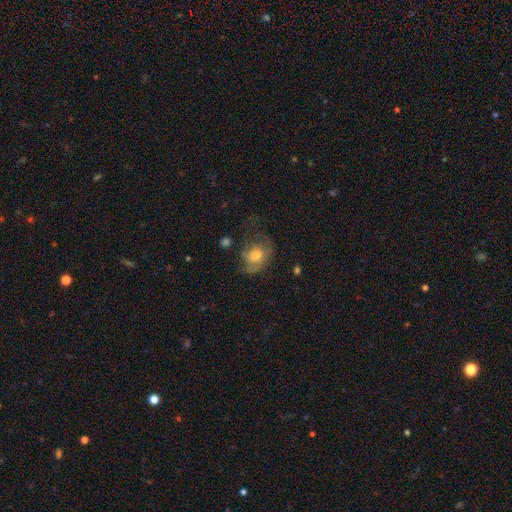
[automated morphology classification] smooth-or-featured: smooth: 51% | featured or disk: 38% | star or artifact: 11%
  how-rounded: in between: 51% | round: 48% | cigar-shaped: 1%
  merging: none: 37% | major disturbance: 35% | minor disturbance: 25% | merger: 3%